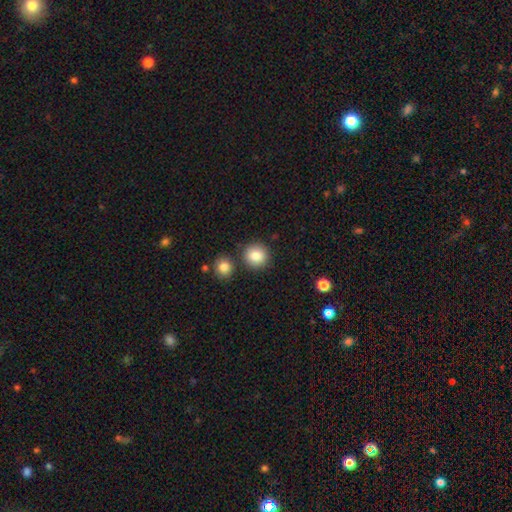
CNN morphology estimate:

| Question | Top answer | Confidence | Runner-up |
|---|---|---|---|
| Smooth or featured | smooth | 85% | star or artifact (9%) |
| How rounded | round | 90% | in between (9%) |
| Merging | none | 82% | minor disturbance (8%) |